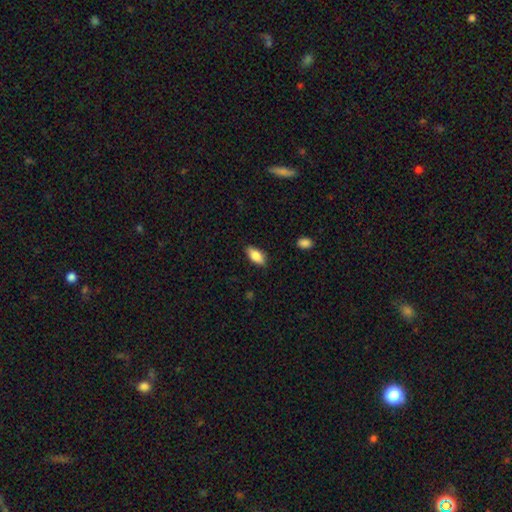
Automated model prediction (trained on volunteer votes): This appears to be a smooth galaxy with no disk features (83%) that is in between round and cigar-shaped (87%). Merging: none (84%).